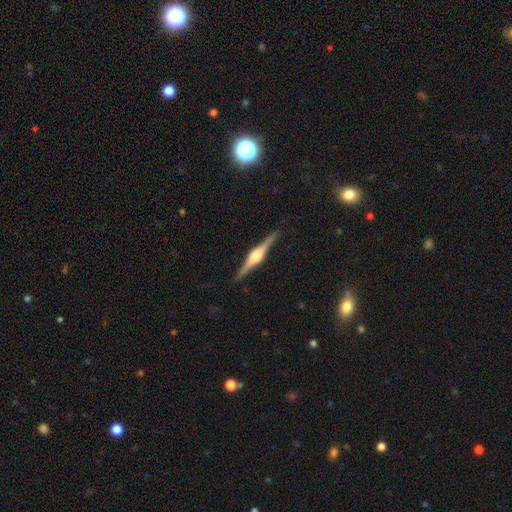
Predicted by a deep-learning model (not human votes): Smooth or featured? Predicted: featured or disk (p=0.84). Edge-on disk? Predicted: yes (p=0.98). Edge-on bulge? Predicted: rounded (p=0.88). Merging? Predicted: none (p=0.91).